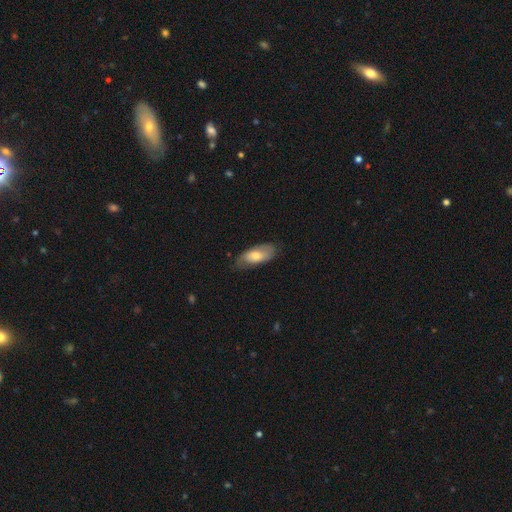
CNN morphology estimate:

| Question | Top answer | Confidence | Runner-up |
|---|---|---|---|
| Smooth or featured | smooth | 64% | featured or disk (30%) |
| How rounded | in between | 86% | cigar-shaped (11%) |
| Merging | none | 71% | minor disturbance (23%) |